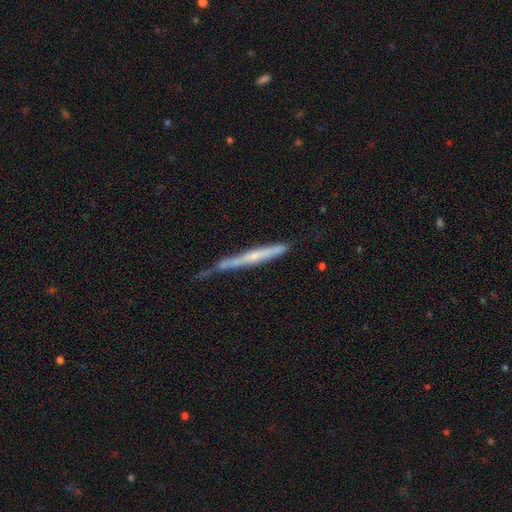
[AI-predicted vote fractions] A featured or disk galaxy (60%) viewed edge-on (92%) with no central bulge (64%). Merging: none (56%).